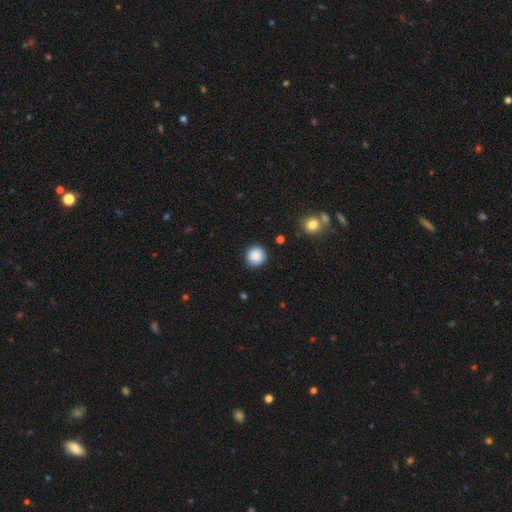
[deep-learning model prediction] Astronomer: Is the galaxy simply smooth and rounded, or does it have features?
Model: smooth — 87%.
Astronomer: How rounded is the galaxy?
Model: round — 93%.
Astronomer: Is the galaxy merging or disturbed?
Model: none — 87%.